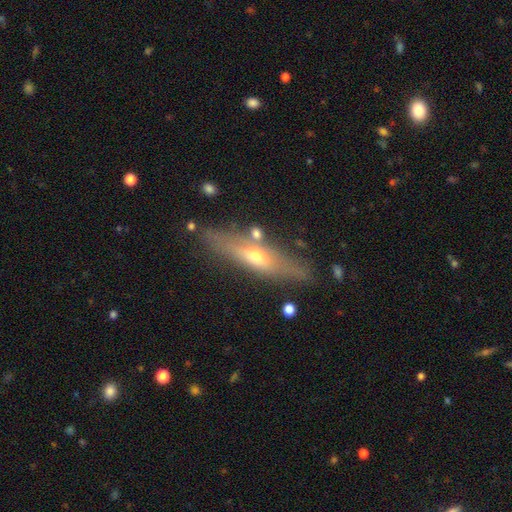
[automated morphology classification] featured or disk 58%, smooth 35%, star or artifact 7%. Down the decision tree: edge-on disk — yes (78%); merging — none (76%).